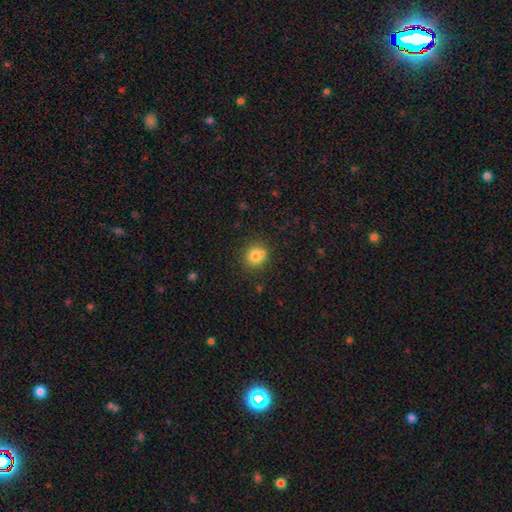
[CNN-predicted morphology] The model was most divided on "merging": none: 59%, merger: 24%, minor disturbance: 13%, major disturbance: 4%. More confident: how rounded — round (78%); smooth or featured — smooth (76%).